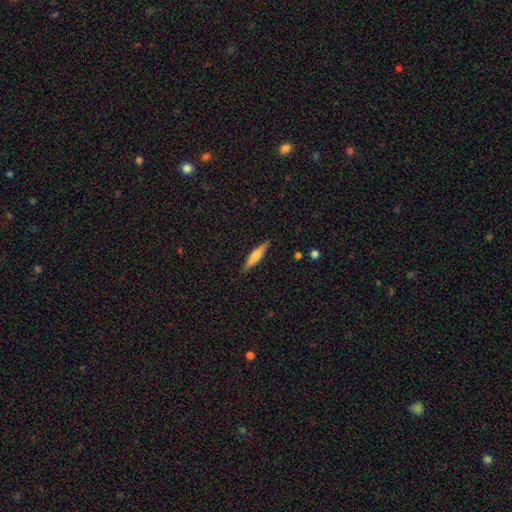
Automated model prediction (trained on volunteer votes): This is possibly a smooth galaxy (59%). How rounded: clearly cigar-shaped (84%). Merging: clearly none (88%).